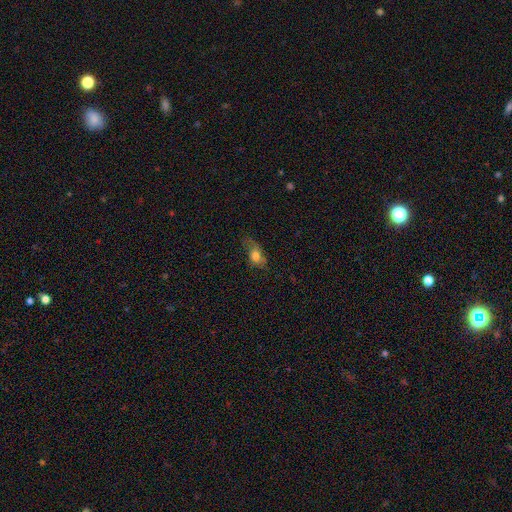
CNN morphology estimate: This appears to be a smooth galaxy with no disk features (69%) that is in between round and cigar-shaped (77%). Merging: none (43%).